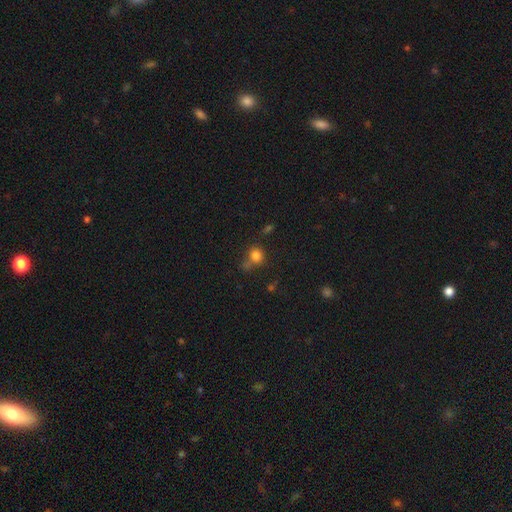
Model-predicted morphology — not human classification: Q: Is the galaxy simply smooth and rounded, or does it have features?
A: smooth — 78%.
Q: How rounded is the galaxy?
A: round — 78%.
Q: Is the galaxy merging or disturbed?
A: none — 52%.